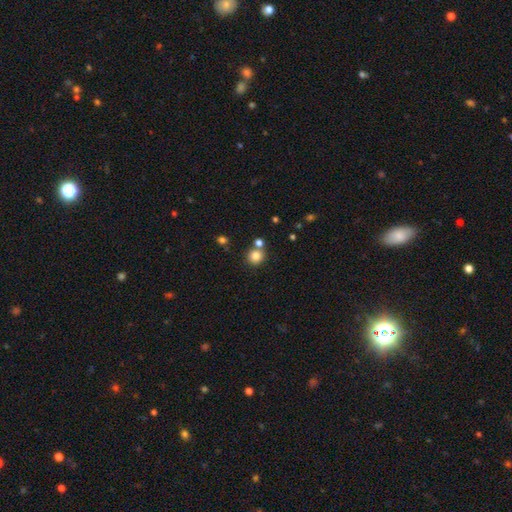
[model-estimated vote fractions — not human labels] Q: Smooth or featured?
A: smooth (82%); runner-up: star or artifact (12%)
Q: How rounded?
A: round (91%); runner-up: in between (8%)
Q: Merging?
A: none (72%); runner-up: merger (17%)